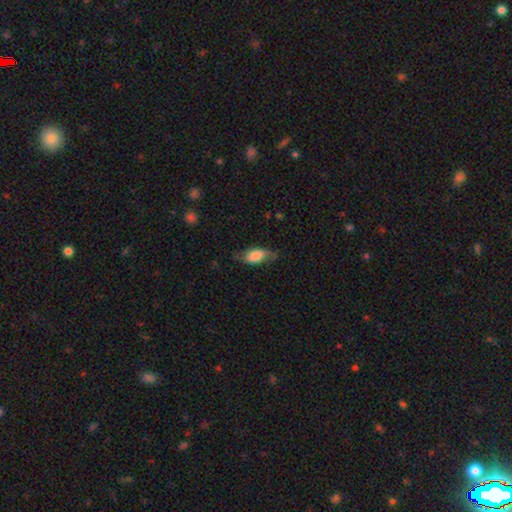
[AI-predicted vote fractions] Smooth or featured?
  - smooth: 70% *
  - featured or disk: 24%
  - star or artifact: 7%
How rounded?
  - in between: 85% *
  - cigar-shaped: 11%
  - round: 4%
Merging?
  - none: 61% *
  - minor disturbance: 27%
  - major disturbance: 11%
  - merger: 2%